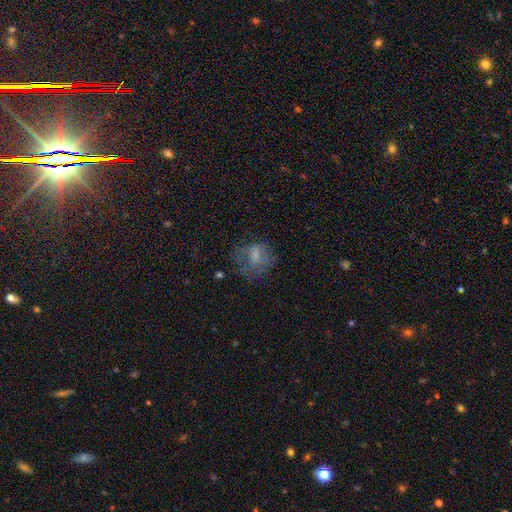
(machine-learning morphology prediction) Smooth or featured? Predicted: smooth (p=0.56). How rounded? Predicted: round (p=0.56). Merging? Predicted: none (p=0.46).